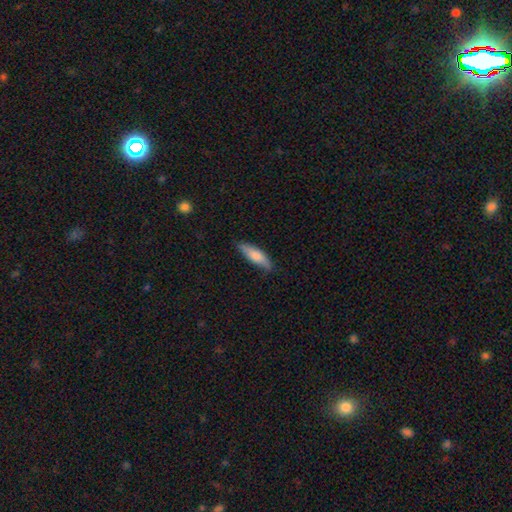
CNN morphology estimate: type=smooth (76%); roundness=cigar-shaped (51%); merging=none (79%).